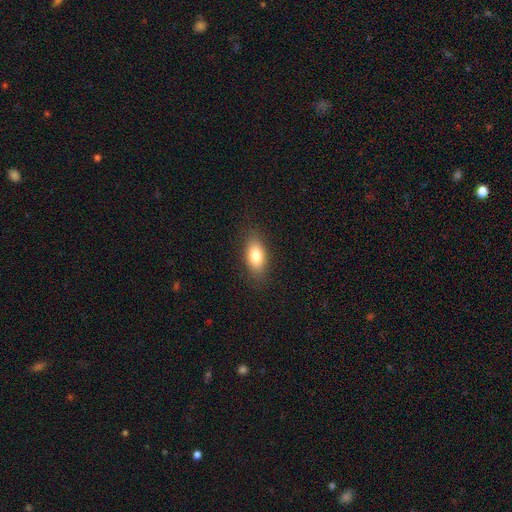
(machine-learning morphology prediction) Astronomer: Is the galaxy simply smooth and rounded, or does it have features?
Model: smooth — 80%.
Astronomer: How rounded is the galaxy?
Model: in between — 86%.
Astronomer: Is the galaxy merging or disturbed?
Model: none — 85%.